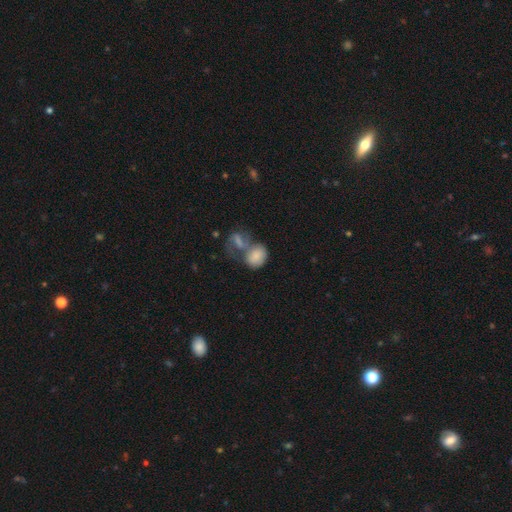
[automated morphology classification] Smooth or featured?
  - smooth: 77% *
  - featured or disk: 16%
  - star or artifact: 8%
How rounded?
  - in between: 62% *
  - round: 36%
  - cigar-shaped: 1%
Merging?
  - merger: 63% *
  - none: 18%
  - minor disturbance: 10%
  - major disturbance: 9%